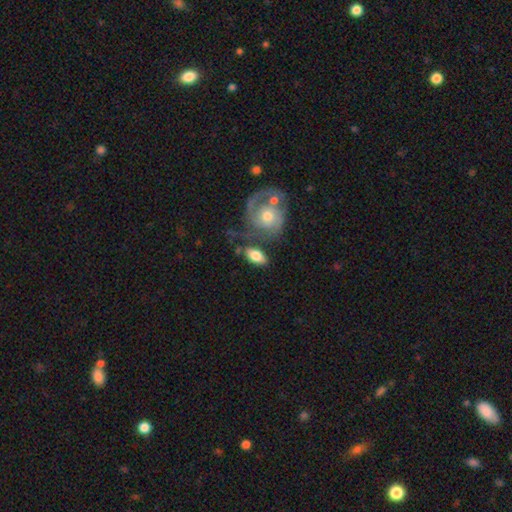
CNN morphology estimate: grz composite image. It shows a smooth galaxy with no disk features (68%) that is in between round and cigar-shaped (90%). Merging: none (51%).